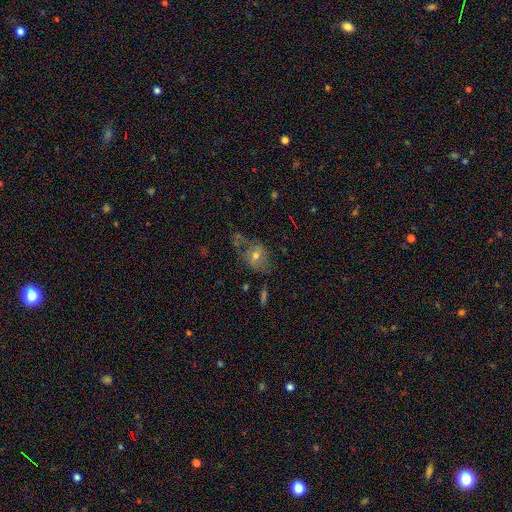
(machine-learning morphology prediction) Smooth or featured? smooth (49%)
Merging? none (52%)